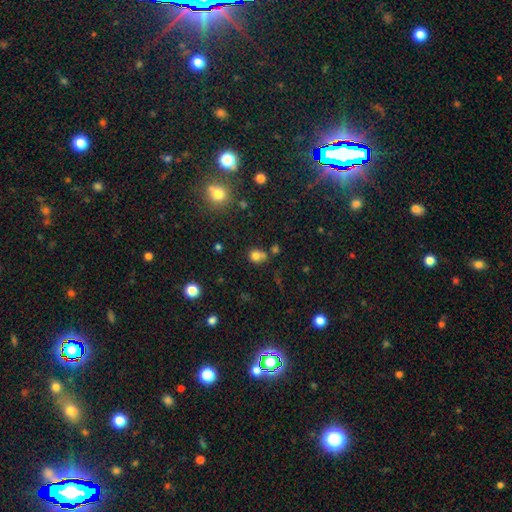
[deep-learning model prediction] Q: Smooth or featured?
A: smooth (77%); runner-up: star or artifact (15%)
Q: How rounded?
A: round (74%); runner-up: in between (25%)
Q: Merging?
A: none (52%); runner-up: merger (26%)